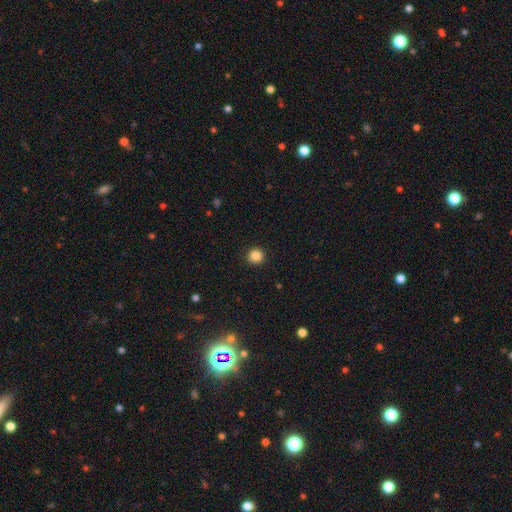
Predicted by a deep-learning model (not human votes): Smooth or featured? smooth (85%)
How rounded? round (93%)
Merging? none (91%)